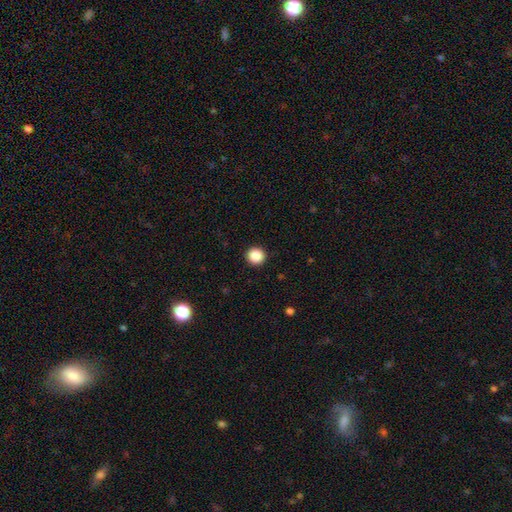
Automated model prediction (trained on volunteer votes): The model was most divided on "smooth or featured": smooth: 88%, star or artifact: 9%, featured or disk: 3%. More confident: how rounded — round (95%); merging — none (93%).